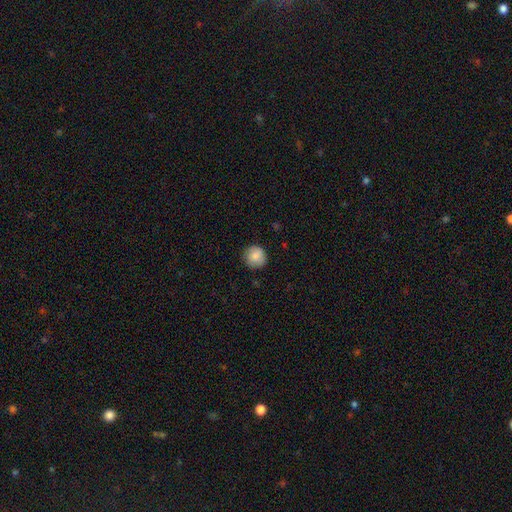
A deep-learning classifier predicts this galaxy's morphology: Overall: smooth (85%). How rounded: round (94%). Merging: none (87%).